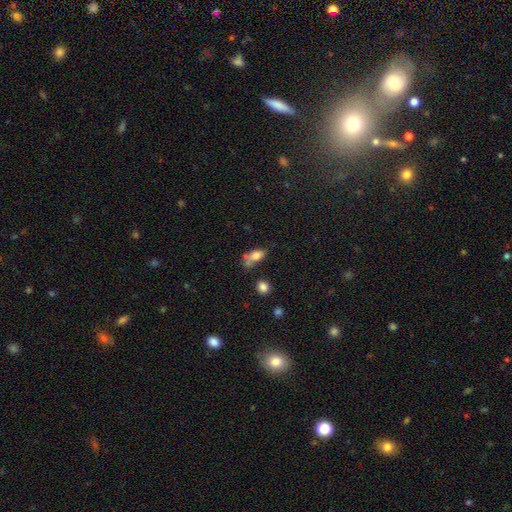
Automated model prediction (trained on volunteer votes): This appears to be a smooth galaxy with no disk features (76%) that is in between round and cigar-shaped (84%). Merging: none (38%).